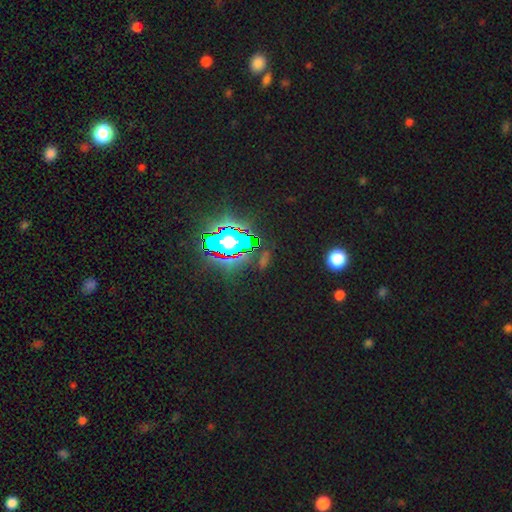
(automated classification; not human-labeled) Smooth or featured: star or artifact — 82% (smooth — 11%)